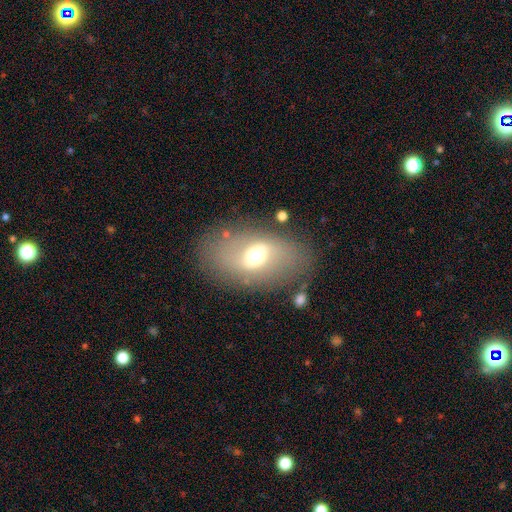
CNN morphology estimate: The model was most divided on "smooth or featured": featured or disk: 48%, smooth: 42%, star or artifact: 9%. More confident: merging — none (77%).